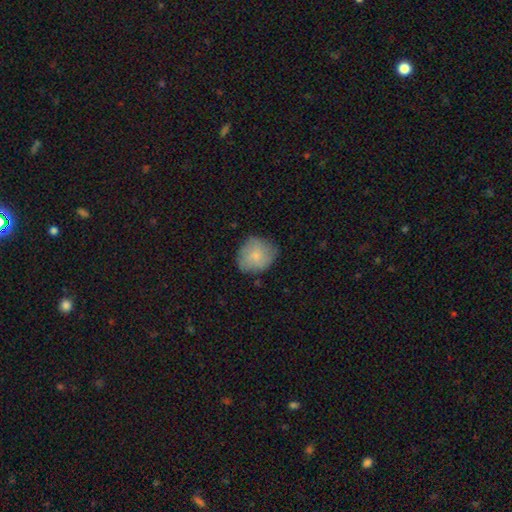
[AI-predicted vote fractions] smooth_or_featured: smooth (p=0.70) [alt: featured or disk p=0.23]
how_rounded: round (p=0.74) [alt: in between p=0.25]
merging: none (p=0.71) [alt: minor disturbance p=0.22]